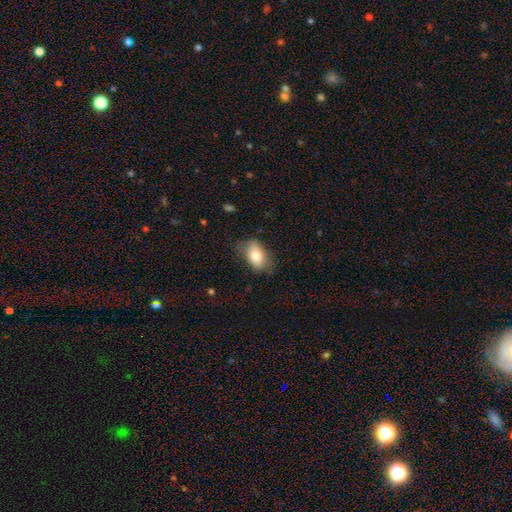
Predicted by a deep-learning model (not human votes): Overall: smooth (79%). How rounded: in between (89%). Merging: none (67%).